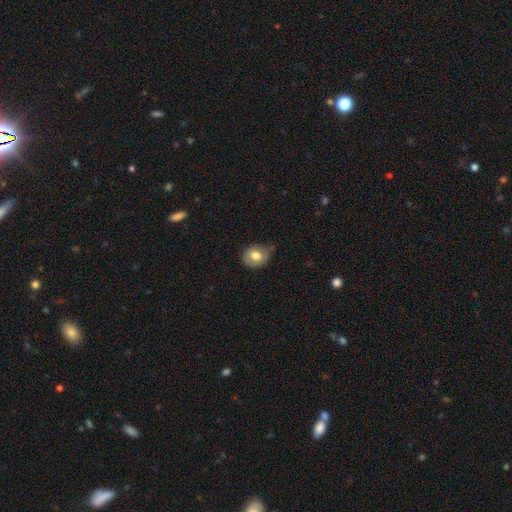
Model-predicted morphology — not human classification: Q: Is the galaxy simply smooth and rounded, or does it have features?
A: smooth — 74%.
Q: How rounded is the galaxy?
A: round — 51%.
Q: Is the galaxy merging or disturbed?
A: none — 64%.